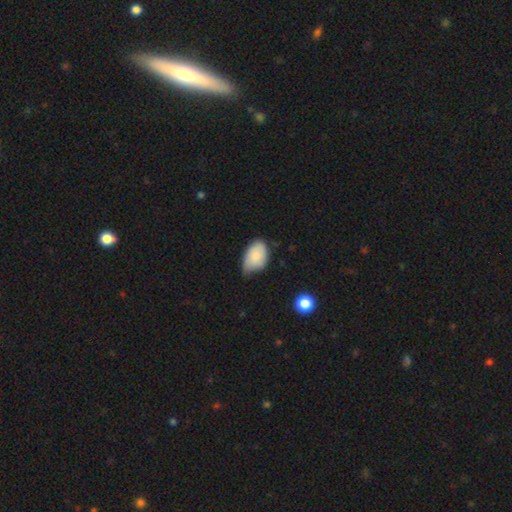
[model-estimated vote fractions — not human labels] The model was most divided on "merging": minor disturbance: 49%, none: 42%, major disturbance: 8%, merger: 2%. More confident: how rounded — in between (90%); smooth or featured — smooth (84%).